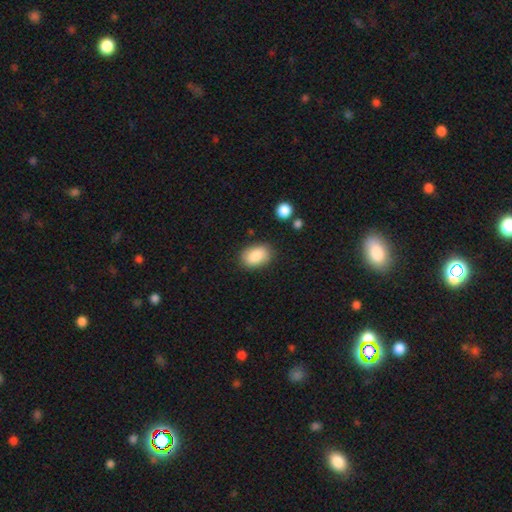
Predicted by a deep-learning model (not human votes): Q: Smooth or featured?
A: smooth (88%); runner-up: star or artifact (7%)
Q: How rounded?
A: in between (86%); runner-up: round (13%)
Q: Merging?
A: none (83%); runner-up: minor disturbance (12%)